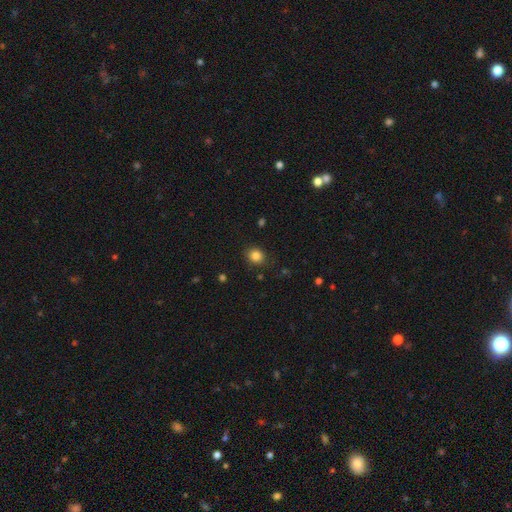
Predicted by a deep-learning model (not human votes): This appears to be a smooth galaxy with no disk features (84%) that is round (74%). Merging: none (86%).